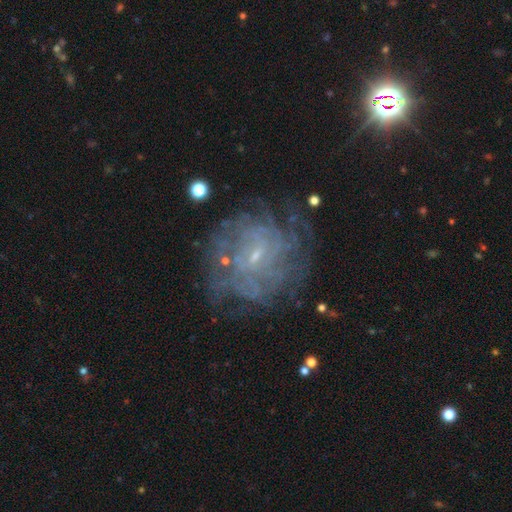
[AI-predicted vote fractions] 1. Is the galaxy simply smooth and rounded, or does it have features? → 73% featured or disk, 14% smooth, 13% star or artifact.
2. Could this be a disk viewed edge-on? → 97% no, 3% yes.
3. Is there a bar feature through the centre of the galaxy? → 48% no, 42% weak, 10% strong.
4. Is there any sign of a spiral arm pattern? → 76% yes, 24% no.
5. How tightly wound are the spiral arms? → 61% tight, 27% medium, 12% loose.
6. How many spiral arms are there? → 59% can't tell, 11% more than 4, 10% 4, 8% 2, 7% 3, 5% 1.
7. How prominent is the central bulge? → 81% small, 10% moderate, 7% none, 1% large, 1% dominant.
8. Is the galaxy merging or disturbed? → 69% none, 16% minor disturbance, 12% major disturbance, 3% merger.